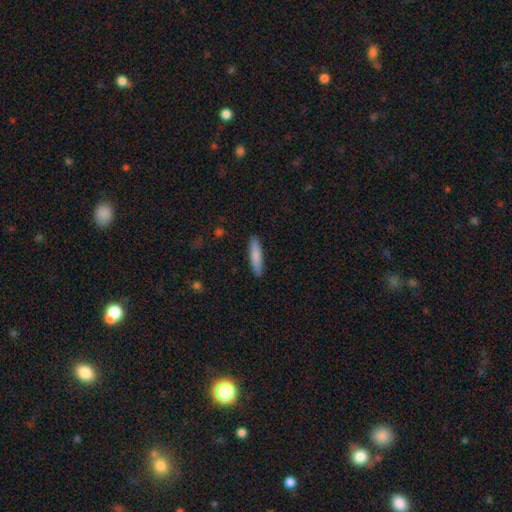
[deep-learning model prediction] Overall: smooth (82%). How rounded: cigar-shaped (81%). Merging: none (90%).